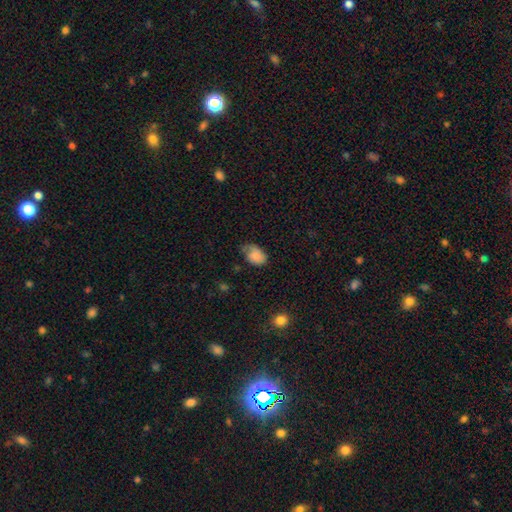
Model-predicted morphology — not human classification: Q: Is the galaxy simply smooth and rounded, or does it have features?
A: smooth — 81%.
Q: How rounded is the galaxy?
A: in between — 82%.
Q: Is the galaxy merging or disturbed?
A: none — 41%.